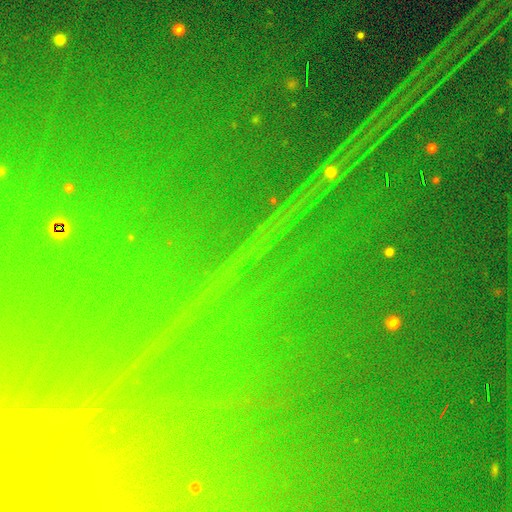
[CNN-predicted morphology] type=star or artifact (87%).